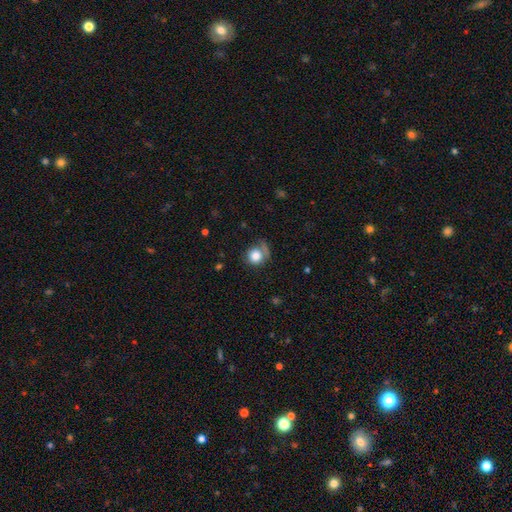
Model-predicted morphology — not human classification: This appears to be a smooth galaxy with no disk features (81%) that is round (86%). Merging: none (56%).